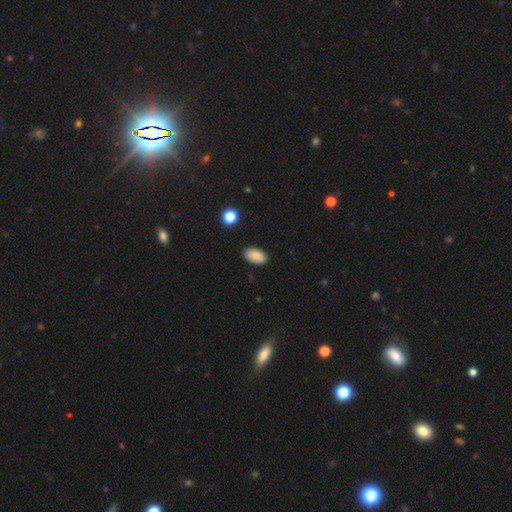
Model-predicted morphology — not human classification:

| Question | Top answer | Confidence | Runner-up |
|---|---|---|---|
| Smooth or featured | smooth | 87% | star or artifact (8%) |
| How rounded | in between | 94% | round (4%) |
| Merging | none | 88% | minor disturbance (9%) |